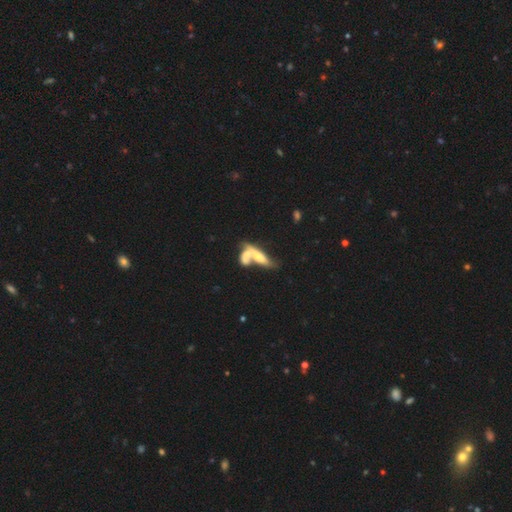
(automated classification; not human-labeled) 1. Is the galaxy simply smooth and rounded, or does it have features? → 46% smooth, 45% featured or disk, 9% star or artifact.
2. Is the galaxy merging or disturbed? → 67% merger, 16% none, 10% major disturbance, 7% minor disturbance.